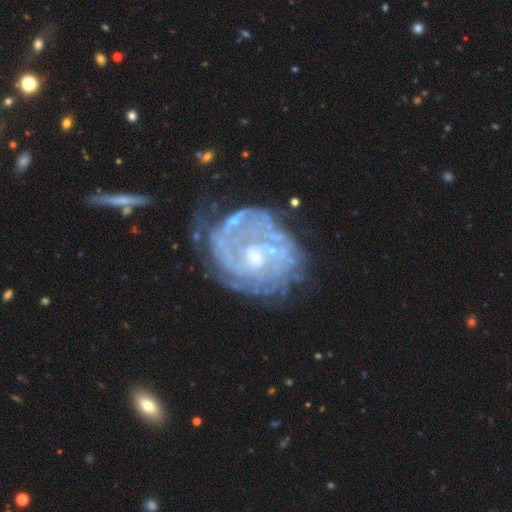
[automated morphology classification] Smooth or featured?
  - featured or disk: 82% *
  - smooth: 10%
  - star or artifact: 8%
Edge-on disk?
  - no: 98% *
  - yes: 2%
Bar?
  - no: 67% *
  - weak: 27%
  - strong: 6%
Spiral arms?
  - yes: 75% *
  - no: 25%
Spiral winding?
  - tight: 61% *
  - medium: 27%
  - loose: 12%
Spiral arm count?
  - can't tell: 52% *
  - 2: 18%
  - 3: 10%
  - 1: 8%
  - 4: 7%
  - more than 4: 6%
Bulge size?
  - small: 46% *
  - moderate: 41%
  - none: 8%
  - large: 4%
  - dominant: 1%
Merging?
  - none: 44% *
  - major disturbance: 24%
  - minor disturbance: 23%
  - merger: 9%